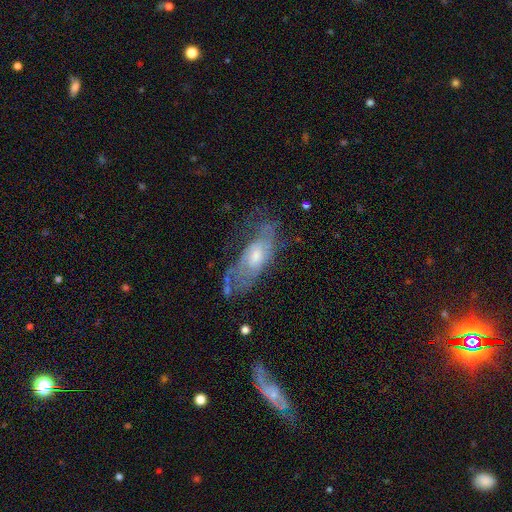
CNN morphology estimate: This is likely a featured or disk galaxy (64%). It is clearly not viewed edge-on (82%). Bar: likely no (68%). Spiral arm pattern: likely yes (65%). Central bulge: possibly moderate (54%). Merging: possibly none (49%).